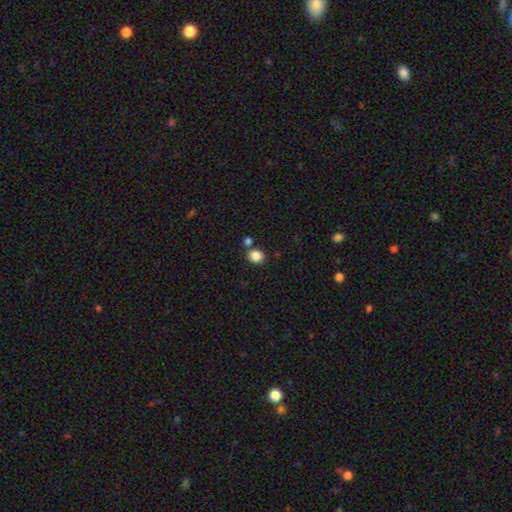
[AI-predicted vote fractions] A smooth galaxy with no disk features (86%) that is round (70%).

Vote fractions:
- Smooth or featured? smooth: 86% / star or artifact: 10% / featured or disk: 4%
- How rounded? round: 70% / in between: 29% / cigar-shaped: 1%
- Merging? none: 75% / merger: 14% / minor disturbance: 9% / major disturbance: 3%